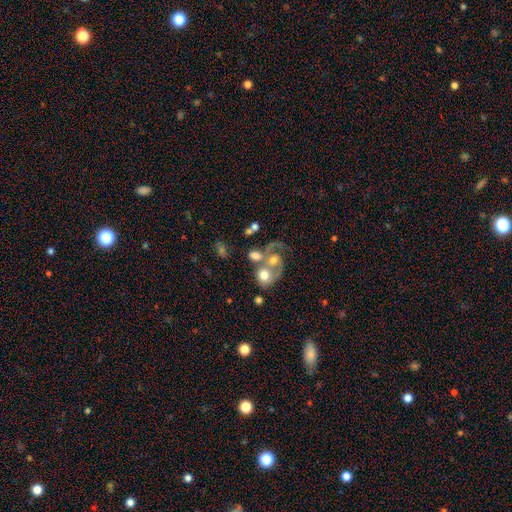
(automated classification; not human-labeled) Q: Smooth or featured?
A: smooth (48%); runner-up: featured or disk (42%)
Q: Merging?
A: merger (59%); runner-up: none (20%)